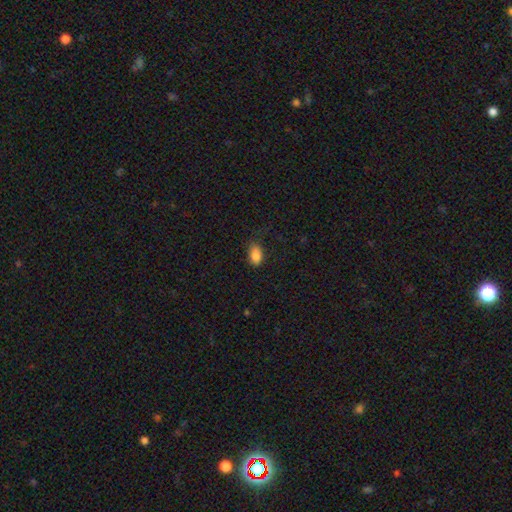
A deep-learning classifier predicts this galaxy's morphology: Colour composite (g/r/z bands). It shows a smooth galaxy with no disk features (85%) that is in between round and cigar-shaped (88%). Merging: none (70%).